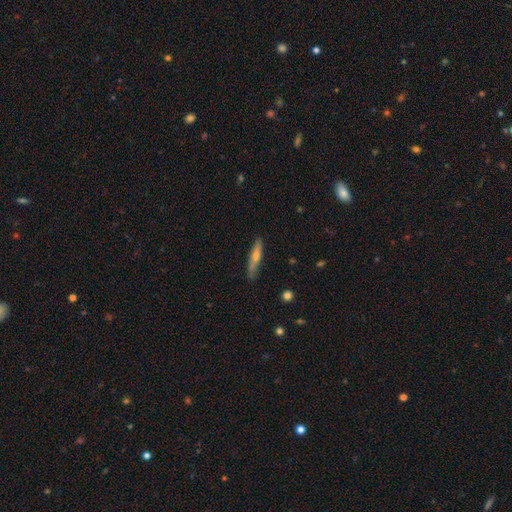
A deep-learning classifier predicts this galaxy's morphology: A featured or disk galaxy (47%).

Vote fractions:
- Smooth or featured? featured or disk: 47% / smooth: 46% / star or artifact: 7%
- Merging? none: 84% / minor disturbance: 13% / major disturbance: 2% / merger: 1%